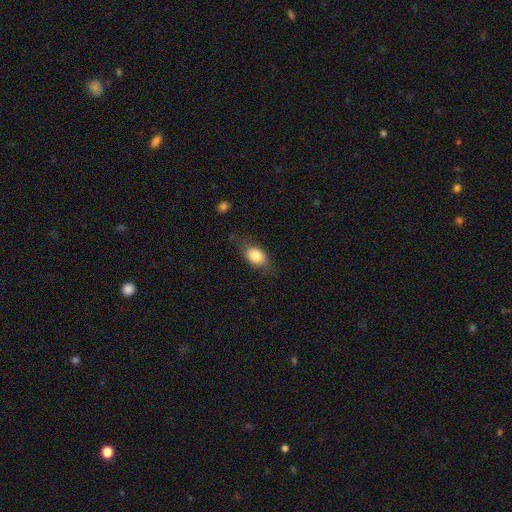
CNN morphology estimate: Smooth or featured? smooth (80%)
How rounded? in between (76%)
Merging? none (68%)